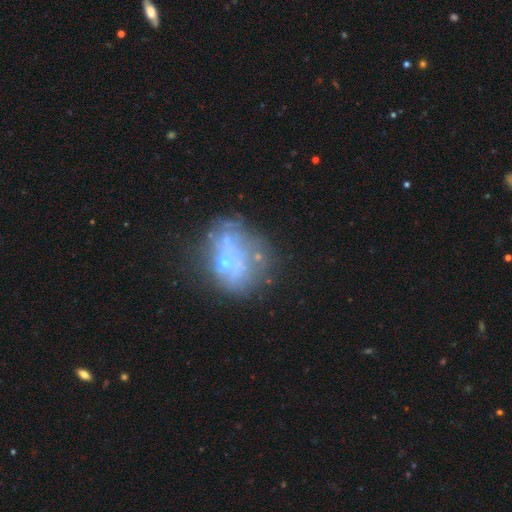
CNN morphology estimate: Smooth or featured? featured or disk (49%)
Merging? none (45%)